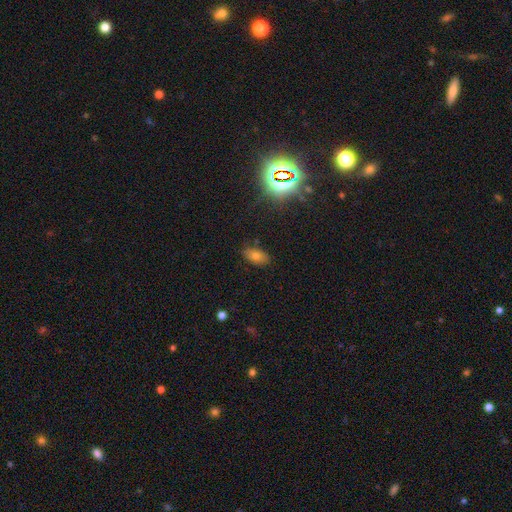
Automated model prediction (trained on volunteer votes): Smooth or featured? Predicted: smooth (p=0.73). How rounded? Predicted: in between (p=0.91). Merging? Predicted: none (p=0.82).